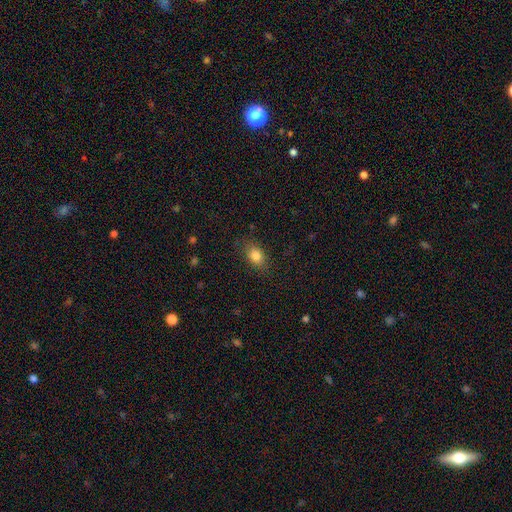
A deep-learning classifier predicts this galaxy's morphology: Overall: smooth (82%). How rounded: in between (76%). Merging: none (80%).